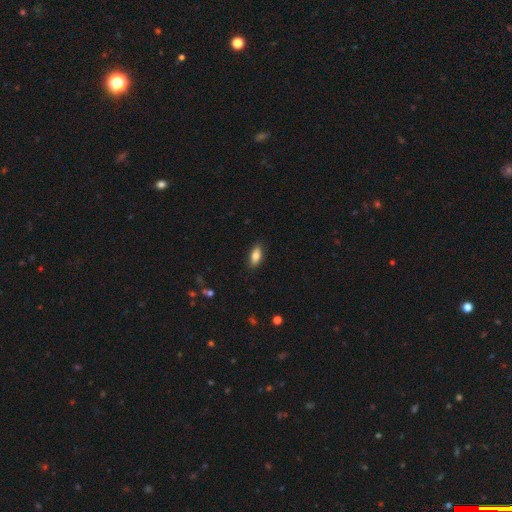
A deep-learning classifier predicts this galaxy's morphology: This is clearly a smooth galaxy (81%). How rounded: clearly in between (86%). Merging: clearly none (86%).